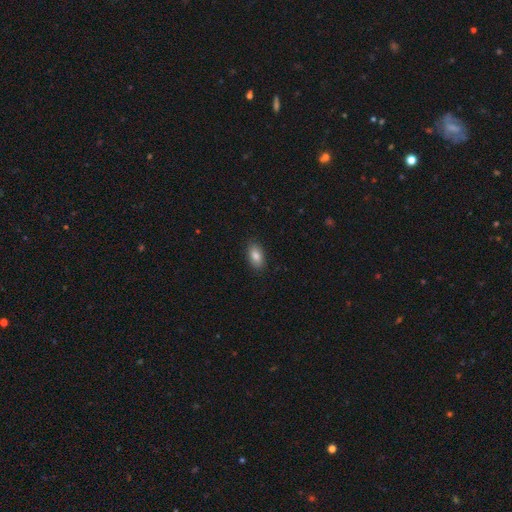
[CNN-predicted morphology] smooth 85%, star or artifact 8%, featured or disk 8%. Down the decision tree: how rounded — in between (91%); merging — none (88%).